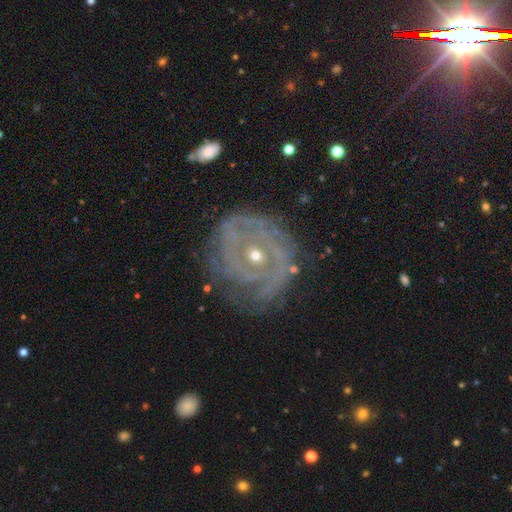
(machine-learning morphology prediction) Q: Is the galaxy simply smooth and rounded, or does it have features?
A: featured or disk — 83%.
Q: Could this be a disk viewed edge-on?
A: no — 97%.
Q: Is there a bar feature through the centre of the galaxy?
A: no — 77%.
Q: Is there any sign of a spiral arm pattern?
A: yes — 85%.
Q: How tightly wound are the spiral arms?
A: tight — 75%.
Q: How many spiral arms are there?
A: can't tell — 40%.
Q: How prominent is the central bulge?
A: small — 59%.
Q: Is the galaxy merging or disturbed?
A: none — 67%.